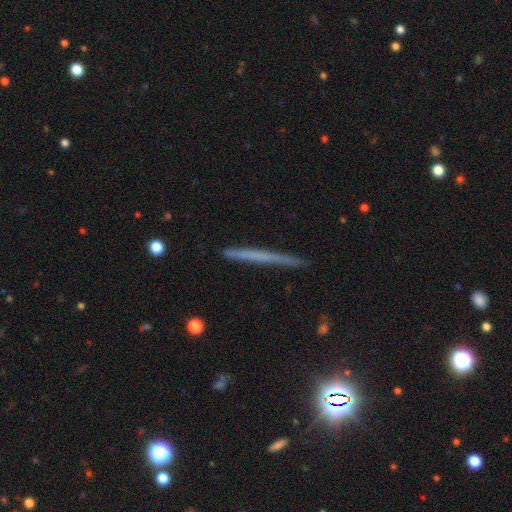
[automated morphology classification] Smooth or featured: featured or disk — 45% (smooth — 44%)
Merging: none — 87% (minor disturbance — 9%)